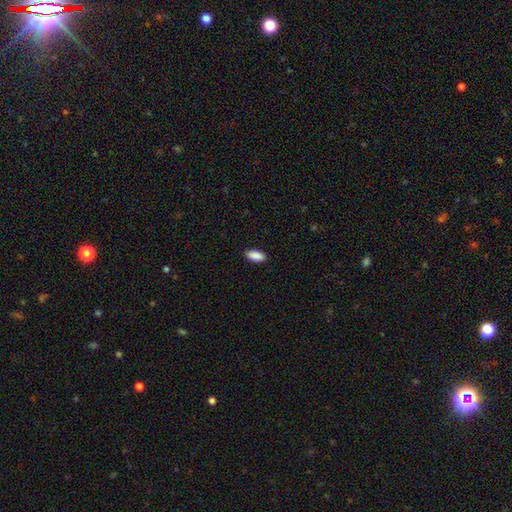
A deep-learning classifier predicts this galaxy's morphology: smooth-or-featured: smooth: 90% | star or artifact: 6% | featured or disk: 3%
  how-rounded: in between: 90% | cigar-shaped: 8% | round: 2%
  merging: none: 89% | minor disturbance: 8% | major disturbance: 2% | merger: 1%